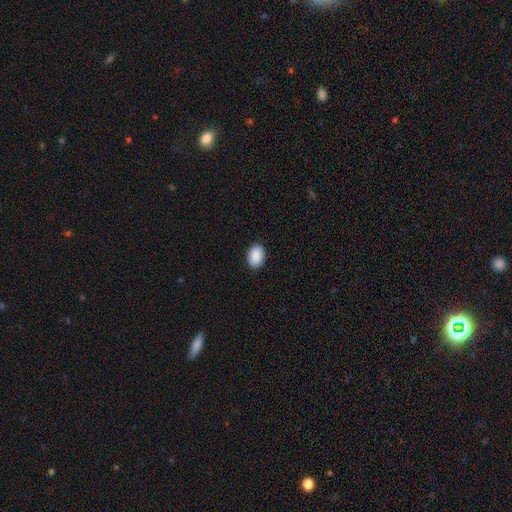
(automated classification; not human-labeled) This is clearly a smooth galaxy (91%). How rounded: clearly in between (83%). Merging: clearly none (90%).